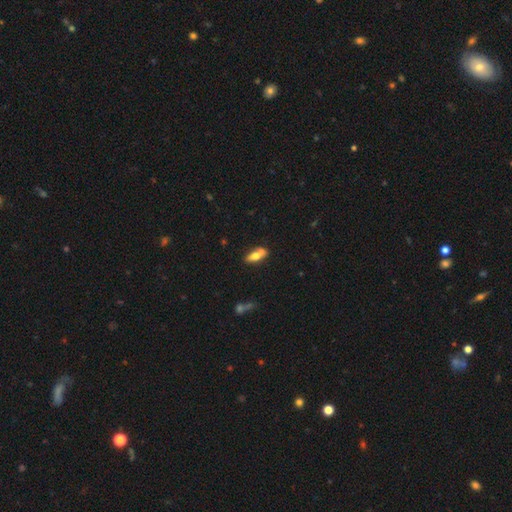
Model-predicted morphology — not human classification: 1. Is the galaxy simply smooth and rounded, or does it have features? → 62% smooth, 31% featured or disk, 7% star or artifact.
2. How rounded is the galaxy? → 74% in between, 23% cigar-shaped, 3% round.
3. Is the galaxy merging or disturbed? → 63% none, 17% minor disturbance, 15% merger, 5% major disturbance.